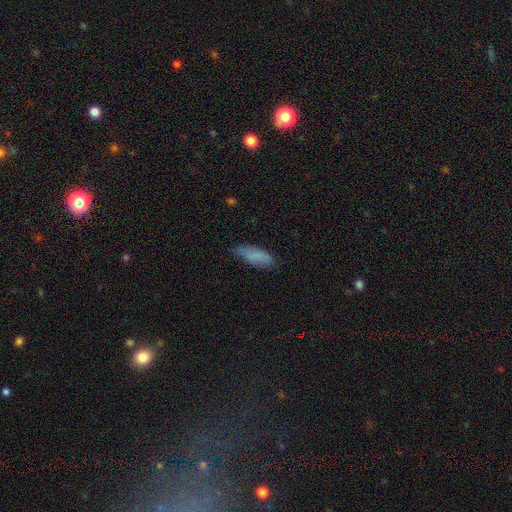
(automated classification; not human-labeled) The model was most divided on "how rounded": in between: 63%, cigar-shaped: 36%, round: 2%. More confident: smooth or featured — smooth (81%); merging — none (71%).